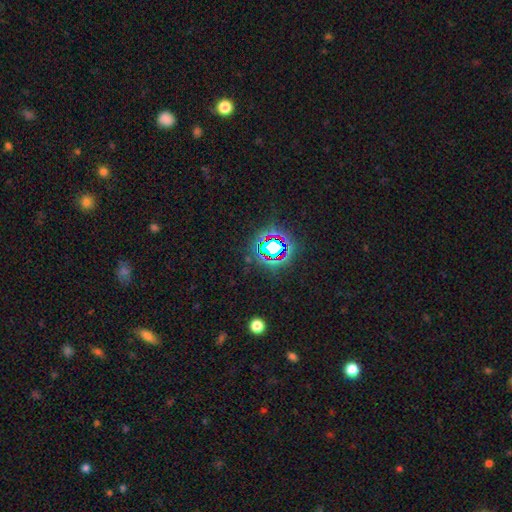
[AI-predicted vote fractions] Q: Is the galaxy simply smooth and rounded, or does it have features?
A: star or artifact — 77%.